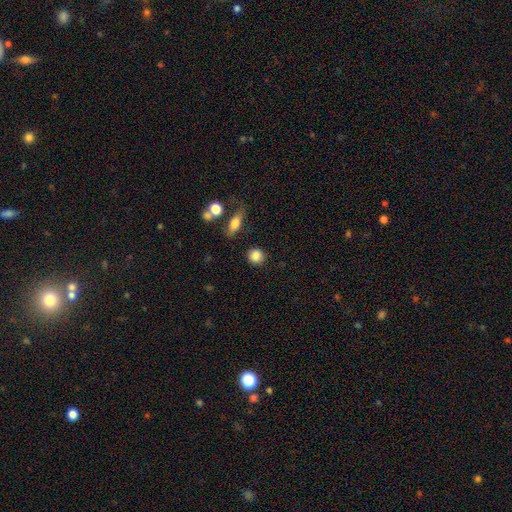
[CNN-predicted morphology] Smooth or featured? Predicted: smooth (p=0.86). How rounded? Predicted: round (p=0.85). Merging? Predicted: none (p=0.86).